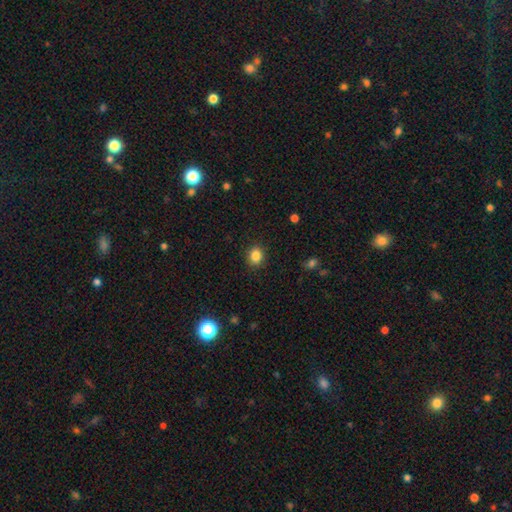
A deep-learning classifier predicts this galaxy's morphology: Smooth or featured? smooth (85%)
How rounded? round (66%)
Merging? none (89%)